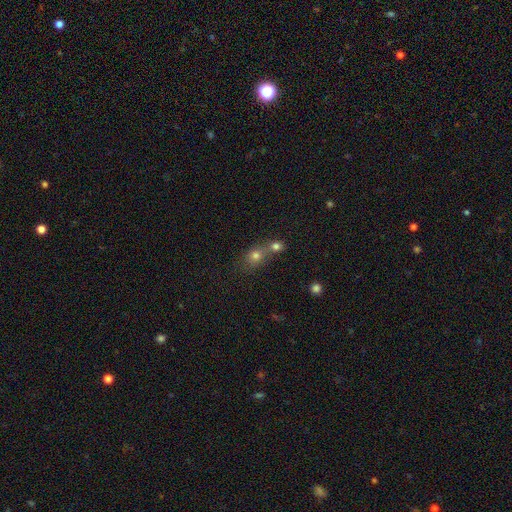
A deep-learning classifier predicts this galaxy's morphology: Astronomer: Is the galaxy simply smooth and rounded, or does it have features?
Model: smooth — 74%.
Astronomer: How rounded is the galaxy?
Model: round — 63%.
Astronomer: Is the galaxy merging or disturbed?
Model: merger — 58%.